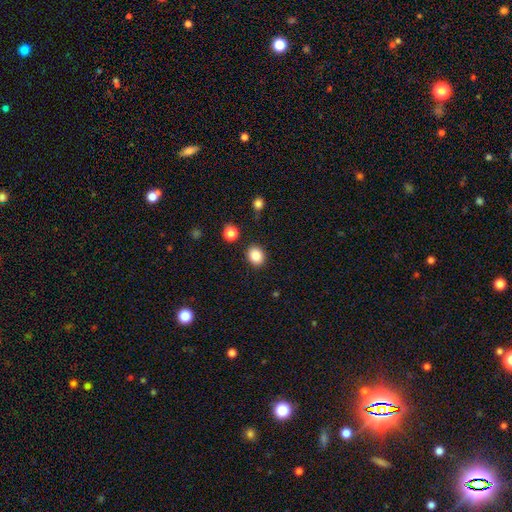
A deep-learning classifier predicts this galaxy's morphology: type=smooth (86%); roundness=round (59%); merging=none (87%).